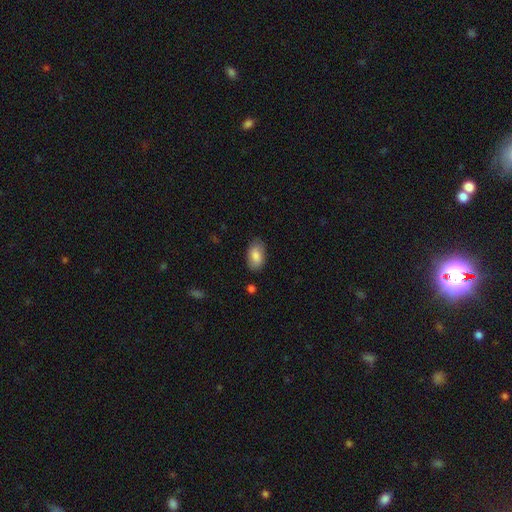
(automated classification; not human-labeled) A smooth galaxy with no disk features (84%) that is in between round and cigar-shaped (93%).

Vote fractions:
- Smooth or featured? smooth: 84% / featured or disk: 9% / star or artifact: 6%
- How rounded? in between: 93% / round: 5% / cigar-shaped: 2%
- Merging? none: 83% / minor disturbance: 13% / major disturbance: 3% / merger: 1%